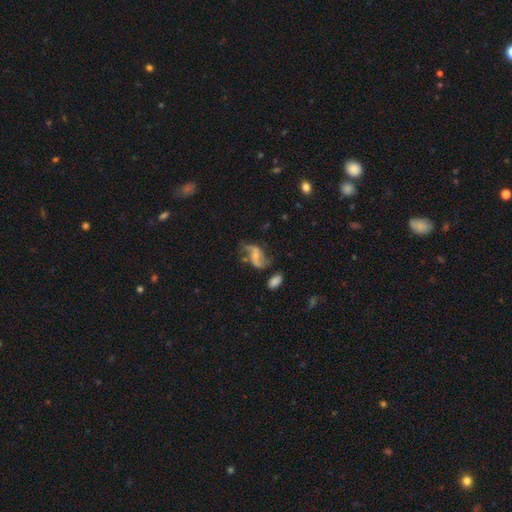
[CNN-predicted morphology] smooth-or-featured: featured or disk: 78% | smooth: 14% | star or artifact: 7%
  disk-edge-on: no: 97% | yes: 3%
    bar: weak: 42% | no: 36% | strong: 22%
    has-spiral-arms: yes: 92% | no: 8%
      spiral-winding: loose: 70% | medium: 24% | tight: 6%
      spiral-arm-count: 2: 90% | can't tell: 4% | 1: 3% | 3: 1% | 4: 1% | more than 4: 1%
    bulge-size: small: 53% | moderate: 28% | none: 15% | large: 3% | dominant: 1%
  merging: none: 56% | minor disturbance: 22% | major disturbance: 16% | merger: 7%